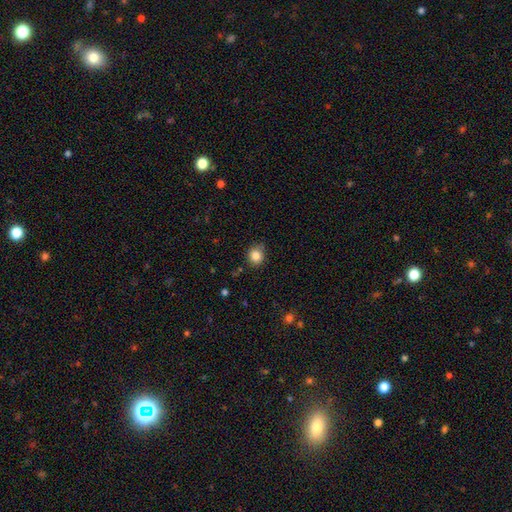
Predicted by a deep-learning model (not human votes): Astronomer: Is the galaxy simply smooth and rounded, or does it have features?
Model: smooth — 85%.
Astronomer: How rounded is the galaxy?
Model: round — 78%.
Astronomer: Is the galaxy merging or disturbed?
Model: none — 77%.